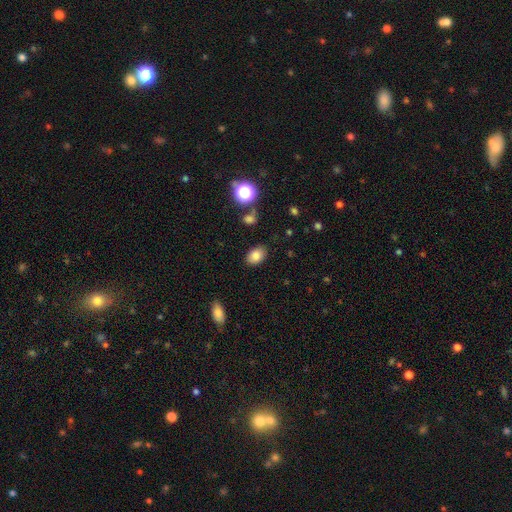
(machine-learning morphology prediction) The model was most divided on "how rounded": in between: 84%, round: 15%, cigar-shaped: 1%. More confident: merging — none (85%); smooth or featured — smooth (81%).